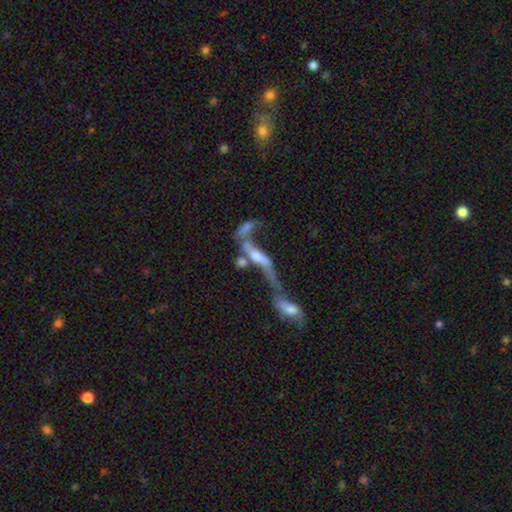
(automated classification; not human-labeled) Morphology: type=featured or disk (60%); edge-on=no (66%); merging=merger (65%).